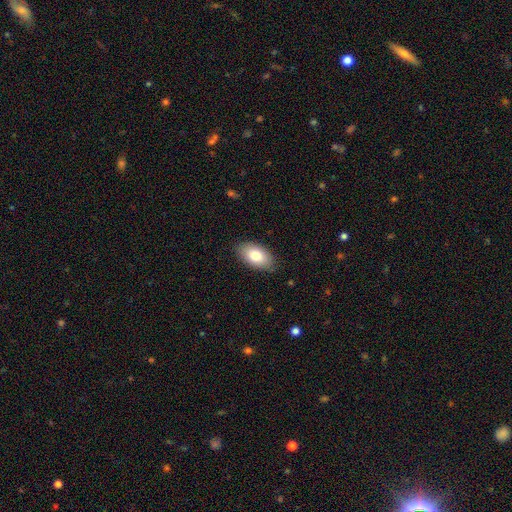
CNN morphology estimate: smooth_or_featured: smooth (p=0.80) [alt: featured or disk p=0.13]
how_rounded: in between (p=0.94) [alt: round p=0.05]
merging: none (p=0.85) [alt: minor disturbance p=0.11]